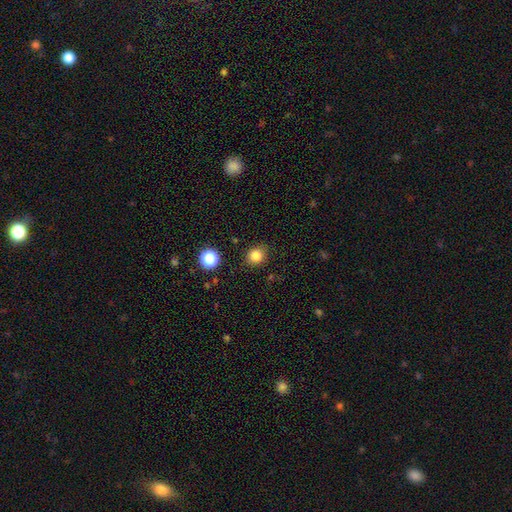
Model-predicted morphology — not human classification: A smooth galaxy with no disk features (83%) that is round (79%). Merging: none (87%).